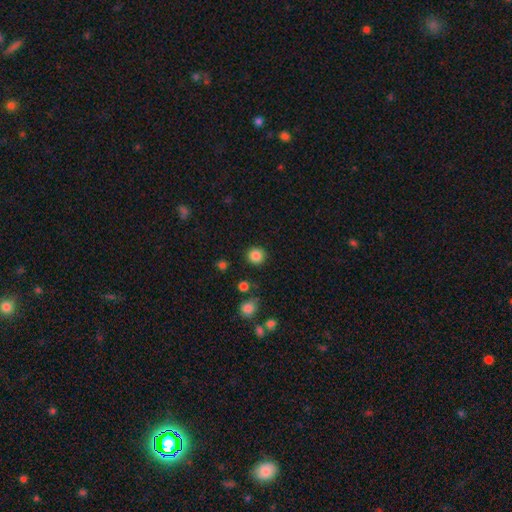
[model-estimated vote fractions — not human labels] Q: Smooth or featured?
A: smooth (86%); runner-up: star or artifact (11%)
Q: How rounded?
A: round (93%); runner-up: in between (6%)
Q: Merging?
A: none (89%); runner-up: minor disturbance (7%)